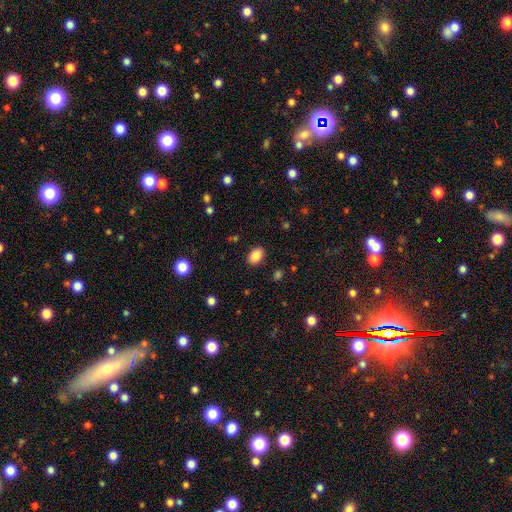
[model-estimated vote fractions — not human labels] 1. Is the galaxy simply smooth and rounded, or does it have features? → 86% smooth, 9% star or artifact, 5% featured or disk.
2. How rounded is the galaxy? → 80% in between, 19% round, 1% cigar-shaped.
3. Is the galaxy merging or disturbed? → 88% none, 8% minor disturbance, 2% major disturbance, 1% merger.